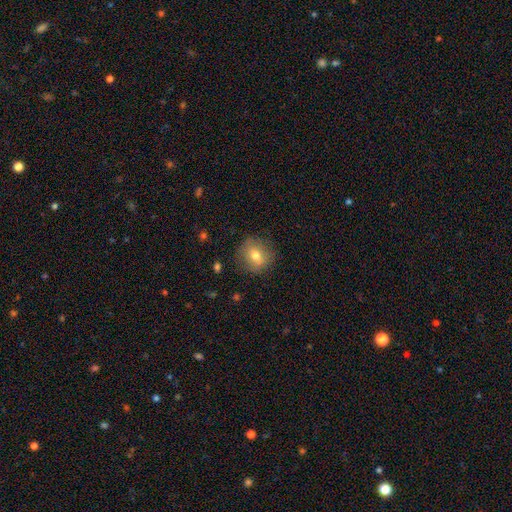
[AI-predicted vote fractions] Smooth or featured? smooth (71%)
How rounded? round (80%)
Merging? none (83%)